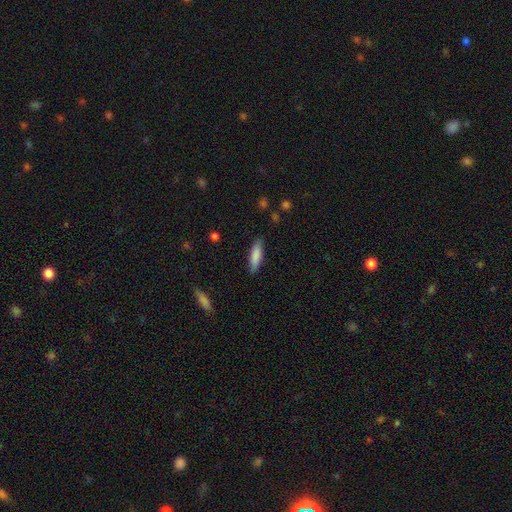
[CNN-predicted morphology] Smooth or featured?
  - smooth: 83% *
  - featured or disk: 11%
  - star or artifact: 6%
How rounded?
  - cigar-shaped: 61% *
  - in between: 37%
  - round: 2%
Merging?
  - none: 86% *
  - minor disturbance: 11%
  - major disturbance: 2%
  - merger: 1%